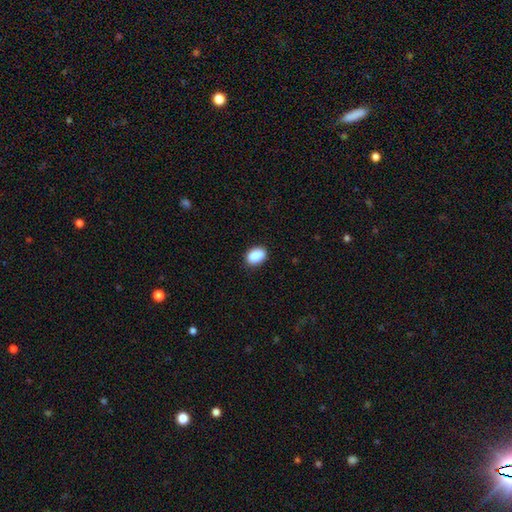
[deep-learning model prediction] smooth 89%, star or artifact 8%, featured or disk 3%. Down the decision tree: how rounded — in between (83%); merging — none (86%).